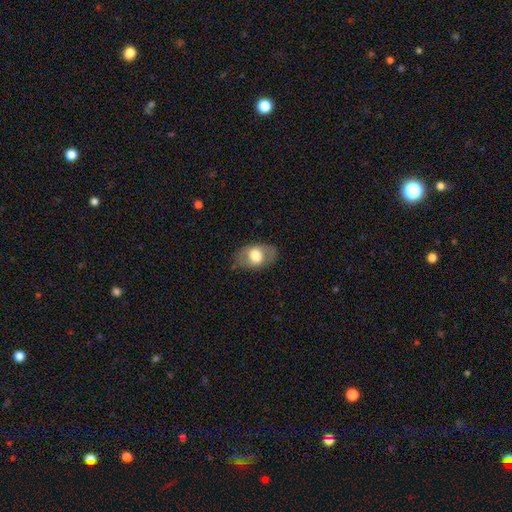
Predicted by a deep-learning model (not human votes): Morphology: type=smooth (60%); roundness=in between (83%); merging=none (75%).